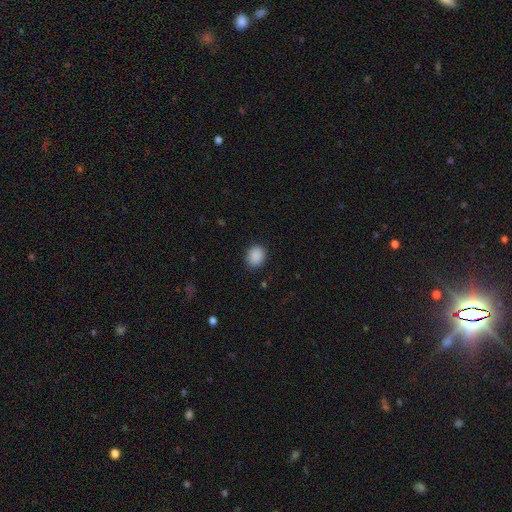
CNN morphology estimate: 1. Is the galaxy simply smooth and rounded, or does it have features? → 89% smooth, 8% star or artifact, 3% featured or disk.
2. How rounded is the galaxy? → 51% in between, 48% round, 1% cigar-shaped.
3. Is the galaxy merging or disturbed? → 88% none, 9% minor disturbance, 3% major disturbance, 1% merger.